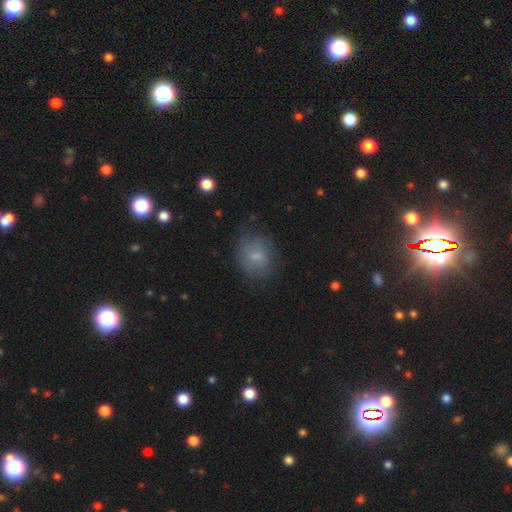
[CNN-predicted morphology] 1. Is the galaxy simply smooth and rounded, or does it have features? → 64% smooth, 25% featured or disk, 10% star or artifact.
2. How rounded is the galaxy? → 51% in between, 48% round, 1% cigar-shaped.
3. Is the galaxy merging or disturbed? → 61% none, 25% minor disturbance, 12% major disturbance, 2% merger.